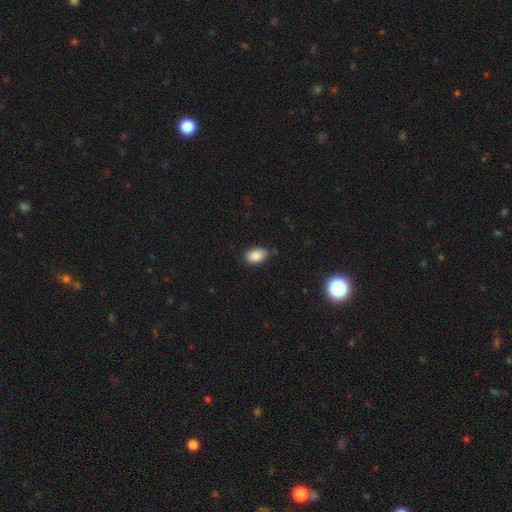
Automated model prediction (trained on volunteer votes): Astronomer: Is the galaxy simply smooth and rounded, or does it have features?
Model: smooth — 86%.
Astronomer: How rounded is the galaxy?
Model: in between — 88%.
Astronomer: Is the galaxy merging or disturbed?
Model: none — 74%.